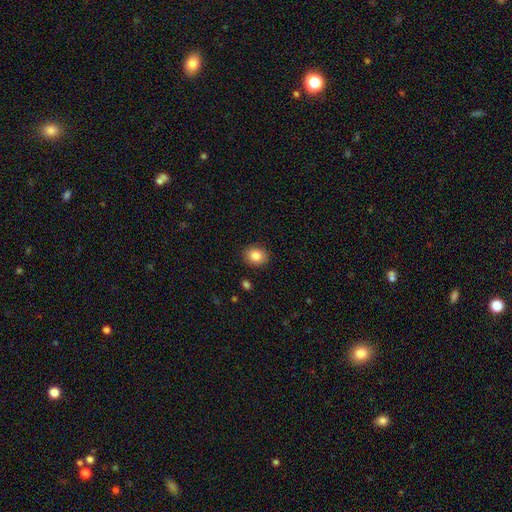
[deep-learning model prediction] Morphology: type=smooth (86%); roundness=round (57%); merging=none (89%).